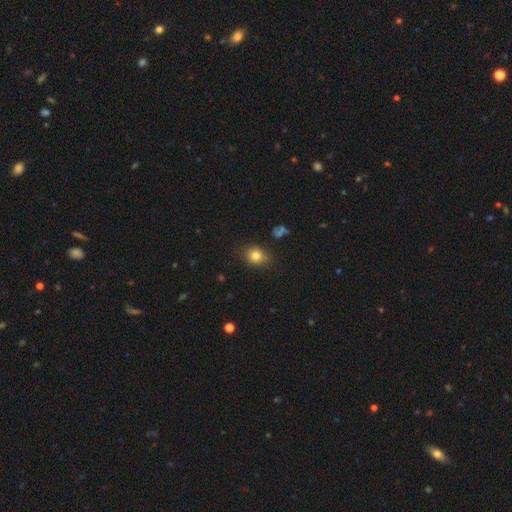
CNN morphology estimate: Smooth or featured: smooth — 81% (star or artifact — 11%)
How rounded: round — 61% (in between — 38%)
Merging: none — 80% (minor disturbance — 15%)